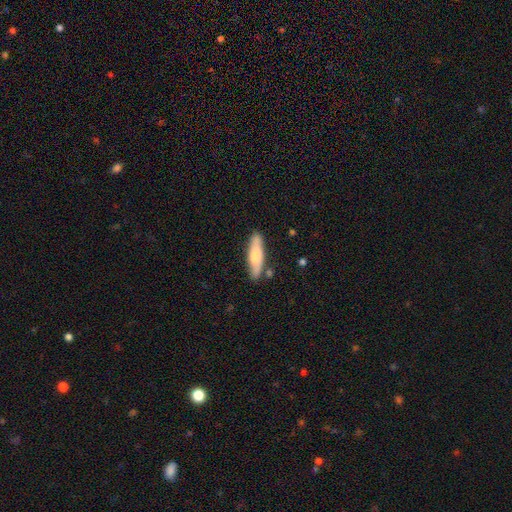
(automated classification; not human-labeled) Q: Smooth or featured?
A: smooth (66%); runner-up: featured or disk (28%)
Q: How rounded?
A: cigar-shaped (68%); runner-up: in between (30%)
Q: Merging?
A: none (82%); runner-up: minor disturbance (12%)